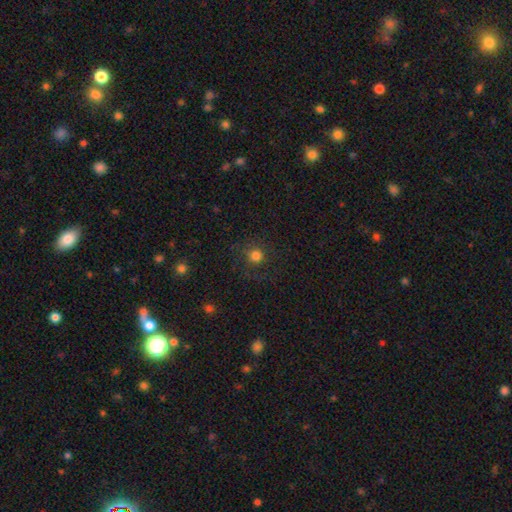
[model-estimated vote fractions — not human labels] The model was most divided on "smooth or featured": smooth: 73%, star or artifact: 15%, featured or disk: 12%. More confident: how rounded — round (92%); merging — none (76%).